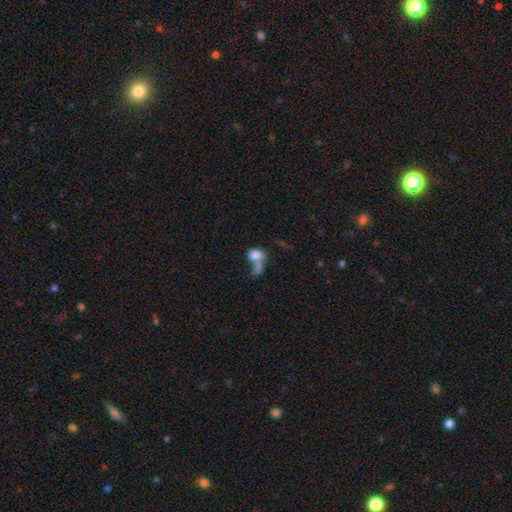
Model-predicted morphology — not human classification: Smooth or featured?
  - smooth: 75% *
  - featured or disk: 15%
  - star or artifact: 10%
How rounded?
  - in between: 63% *
  - round: 35%
  - cigar-shaped: 2%
Merging?
  - merger: 61% *
  - none: 18%
  - major disturbance: 13%
  - minor disturbance: 9%